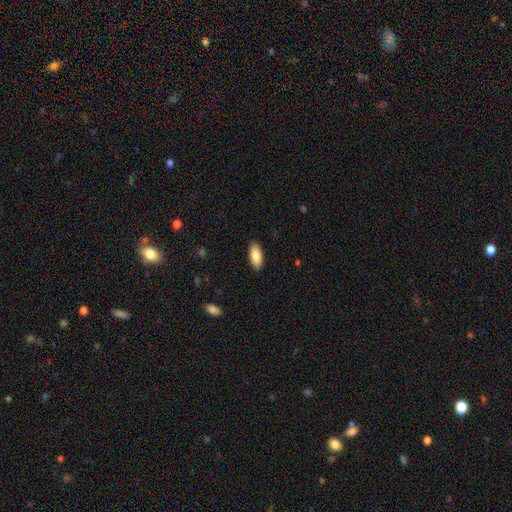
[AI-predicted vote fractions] A smooth galaxy with no disk features (85%) that is in between round and cigar-shaped (87%). Merging: none (89%).